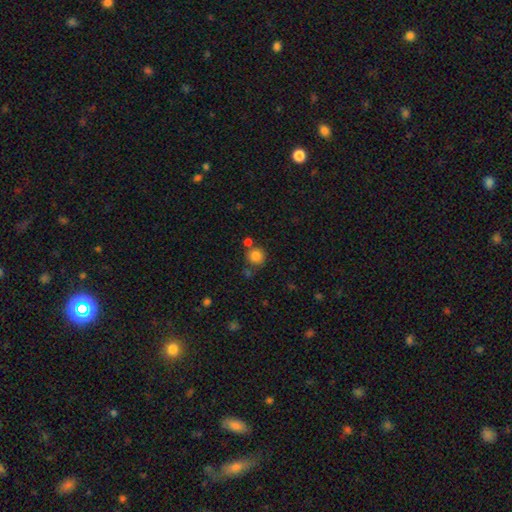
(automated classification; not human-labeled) Smooth or featured? Predicted: smooth (p=0.83). How rounded? Predicted: round (p=0.92). Merging? Predicted: none (p=0.71).